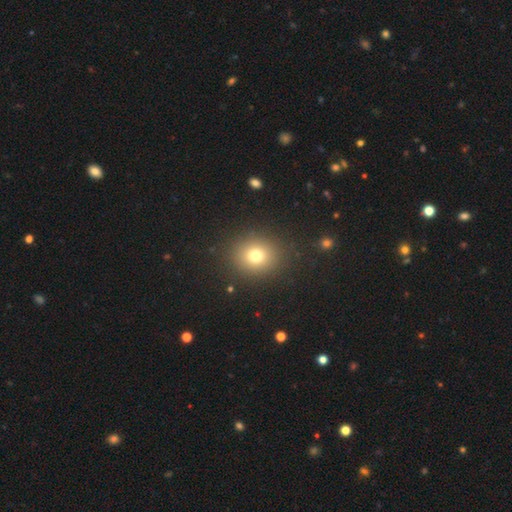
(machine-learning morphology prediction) type=smooth (76%); roundness=round (76%); merging=none (89%).